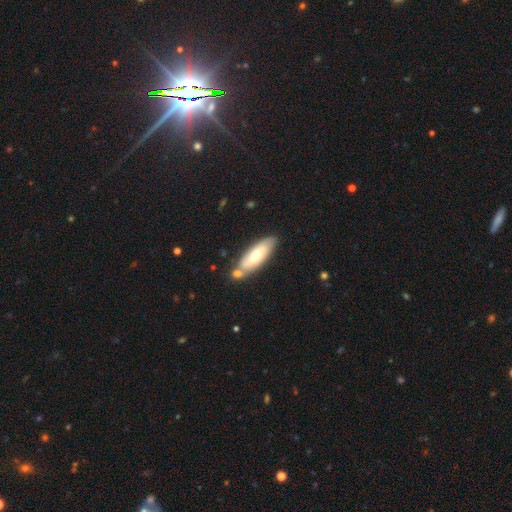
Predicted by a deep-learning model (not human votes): A smooth galaxy with no disk features (61%) that is in between round and cigar-shaped (54%).

Vote fractions:
- Smooth or featured? smooth: 61% / featured or disk: 34% / star or artifact: 5%
- How rounded? in between: 54% / cigar-shaped: 44% / round: 2%
- Merging? none: 61% / merger: 21% / minor disturbance: 15% / major disturbance: 4%